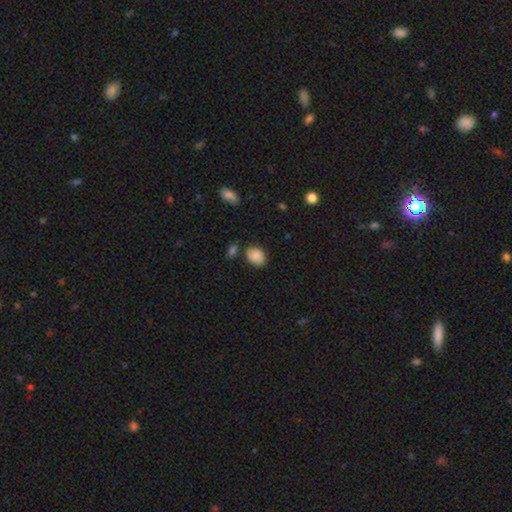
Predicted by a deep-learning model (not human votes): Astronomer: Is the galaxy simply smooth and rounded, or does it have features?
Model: smooth — 86%.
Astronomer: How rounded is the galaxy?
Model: round — 50%, tied with in between at 50%.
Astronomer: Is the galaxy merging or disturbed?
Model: none — 73%.